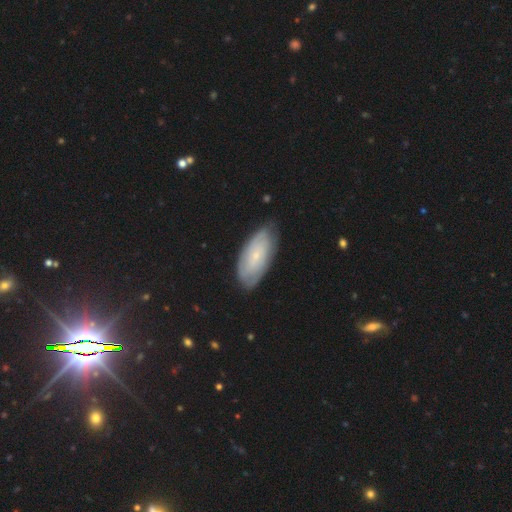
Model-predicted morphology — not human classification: smooth-or-featured: smooth: 49% | featured or disk: 44% | star or artifact: 7%
  merging: none: 76% | minor disturbance: 19% | major disturbance: 4% | merger: 1%